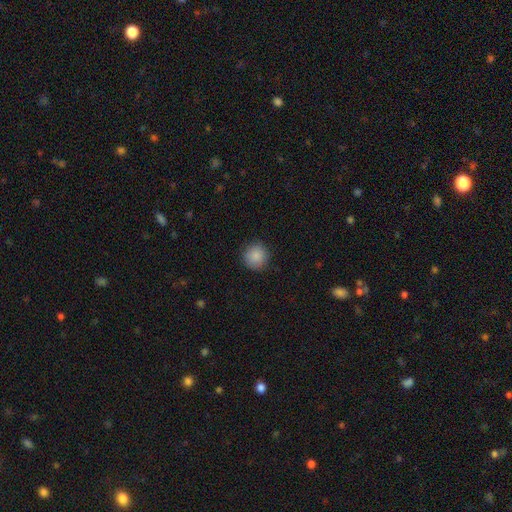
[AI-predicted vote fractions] Q: Smooth or featured?
A: smooth (87%); runner-up: star or artifact (9%)
Q: How rounded?
A: round (93%); runner-up: in between (6%)
Q: Merging?
A: none (89%); runner-up: minor disturbance (8%)